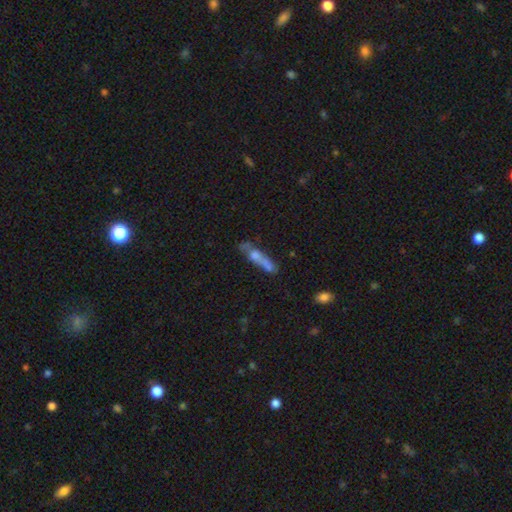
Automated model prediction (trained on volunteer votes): Smooth or featured: smooth — 48% (featured or disk — 40%)
Merging: none — 39% (merger — 27%)